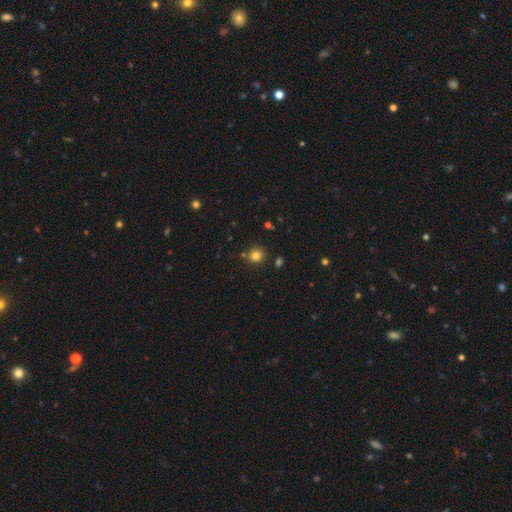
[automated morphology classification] A smooth galaxy with no disk features (80%) that is round (91%).

Vote fractions:
- Smooth or featured? smooth: 80% / star or artifact: 14% / featured or disk: 5%
- How rounded? round: 91% / in between: 8% / cigar-shaped: 1%
- Merging? none: 83% / minor disturbance: 9% / merger: 6% / major disturbance: 3%